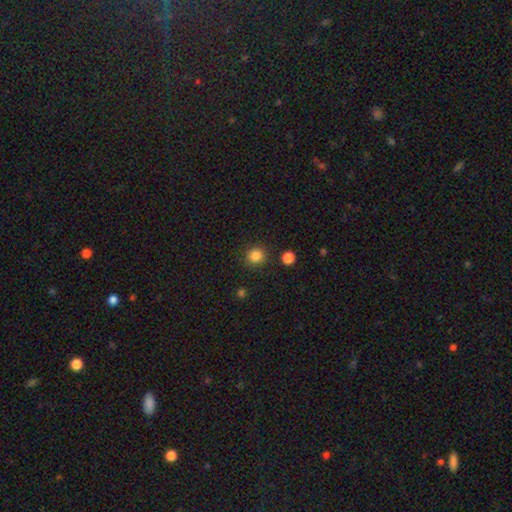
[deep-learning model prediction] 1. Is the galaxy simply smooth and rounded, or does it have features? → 84% smooth, 12% star or artifact, 4% featured or disk.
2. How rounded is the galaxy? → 89% round, 10% in between, 1% cigar-shaped.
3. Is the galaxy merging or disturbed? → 88% none, 7% minor disturbance, 3% merger, 3% major disturbance.